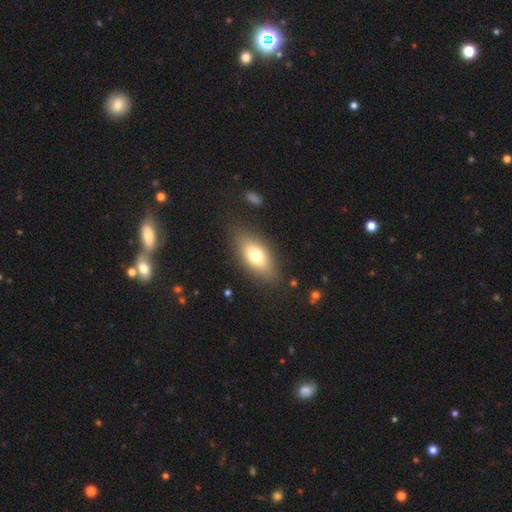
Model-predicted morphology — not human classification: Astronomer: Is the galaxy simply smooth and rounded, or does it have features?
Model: smooth — 71%.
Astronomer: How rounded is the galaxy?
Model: in between — 84%.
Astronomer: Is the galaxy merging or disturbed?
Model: none — 83%.